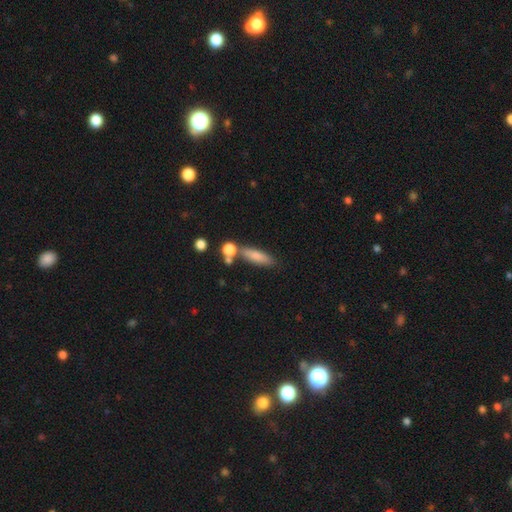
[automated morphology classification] Smooth or featured? Predicted: smooth (p=0.78). How rounded? Predicted: cigar-shaped (p=0.56). Merging? Predicted: none (p=0.65).